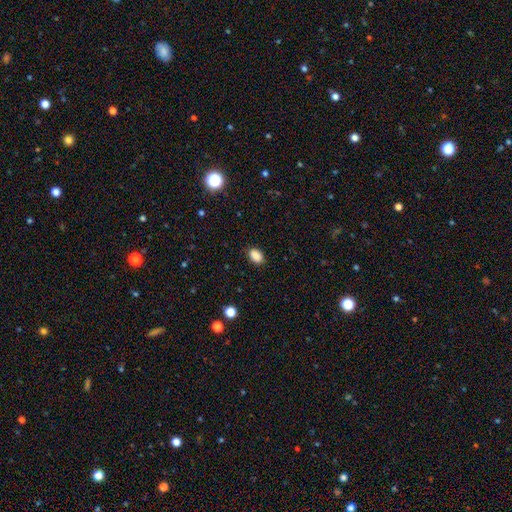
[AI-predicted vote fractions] Smooth or featured: smooth — 88% (star or artifact — 9%)
How rounded: in between — 85% (round — 14%)
Merging: none — 87% (minor disturbance — 10%)